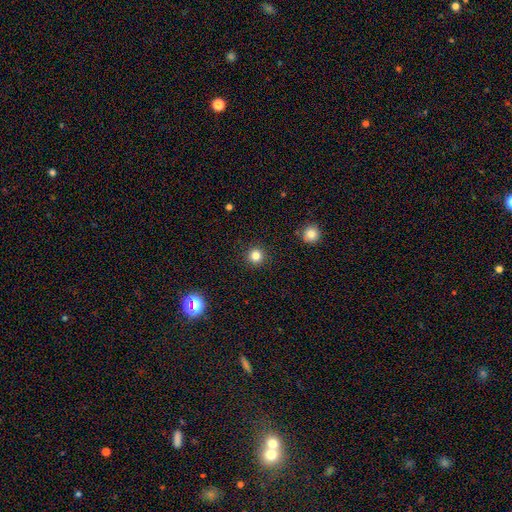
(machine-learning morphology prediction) smooth_or_featured: smooth (p=0.82) [alt: star or artifact p=0.13]
how_rounded: round (p=0.95) [alt: in between p=0.04]
merging: none (p=0.92) [alt: minor disturbance p=0.05]